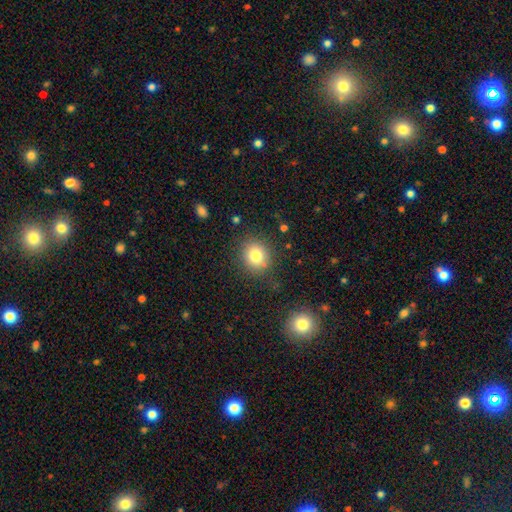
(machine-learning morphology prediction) A smooth galaxy with no disk features (80%) that is round (77%). Merging: none (83%).